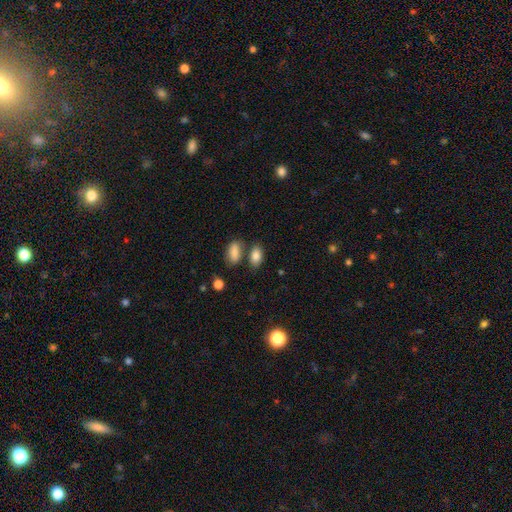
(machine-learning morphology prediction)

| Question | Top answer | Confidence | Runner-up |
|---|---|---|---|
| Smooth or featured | smooth | 85% | star or artifact (8%) |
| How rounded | in between | 90% | round (7%) |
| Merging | none | 64% | merger (18%) |